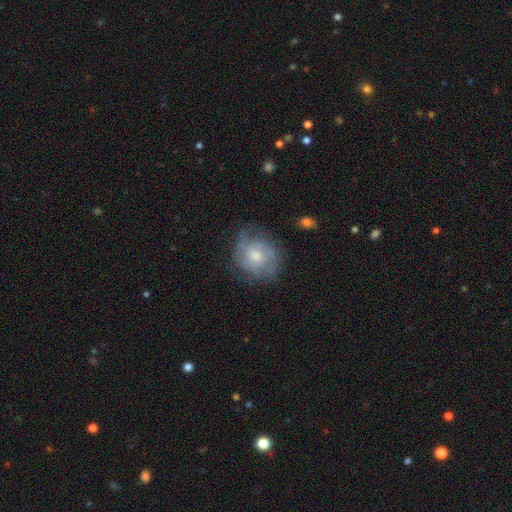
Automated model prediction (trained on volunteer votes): Overall: featured or disk (68%). Edge-on disk: no (97%). Bar: no (73%). Spiral arms: yes (86%). Spiral arm count: 2 (37%; can't tell 35%). Spiral winding: tight (54%; medium 35%). Bulge size: moderate (58%; small 35%). Merging: none (65%).